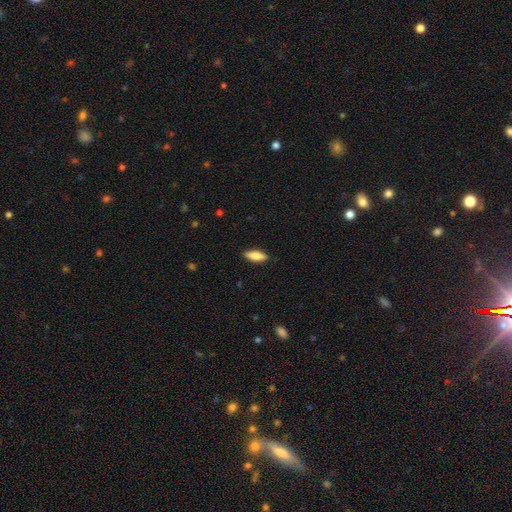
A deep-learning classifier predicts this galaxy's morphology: smooth_or_featured: smooth (p=0.79) [alt: featured or disk p=0.15]
how_rounded: in between (p=0.62) [alt: cigar-shaped p=0.36]
merging: none (p=0.89) [alt: minor disturbance p=0.09]